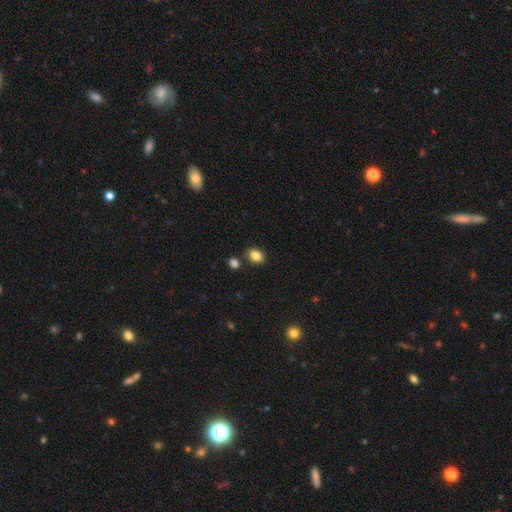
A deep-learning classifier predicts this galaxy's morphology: This appears to be a smooth galaxy with no disk features (84%) that is in between round and cigar-shaped (70%). Merging: none (82%).